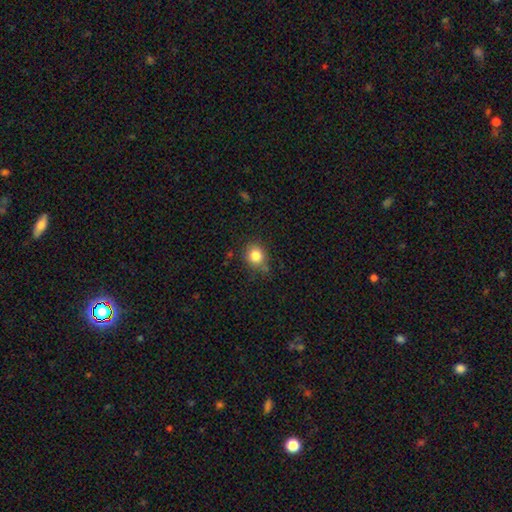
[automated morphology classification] This is clearly a smooth galaxy (83%). How rounded: likely round (79%). Merging: likely none (76%).